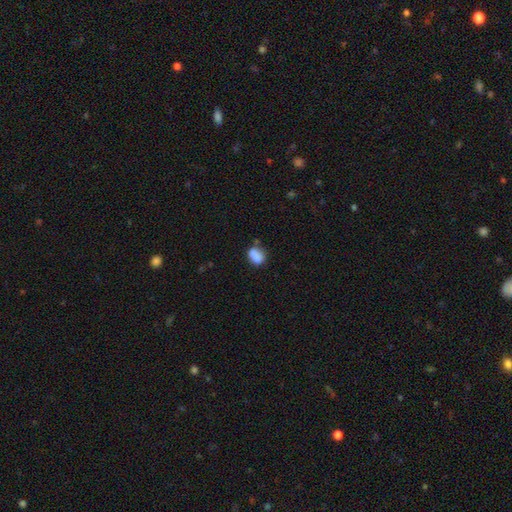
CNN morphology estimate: Q: Smooth or featured?
A: smooth (82%); runner-up: star or artifact (9%)
Q: How rounded?
A: in between (57%); runner-up: round (42%)
Q: Merging?
A: none (55%); runner-up: minor disturbance (22%)